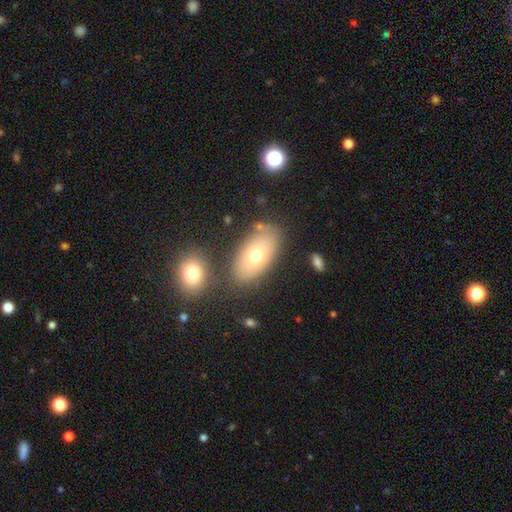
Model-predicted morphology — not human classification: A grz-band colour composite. It shows a smooth galaxy with no disk features (69%) that is in between round and cigar-shaped (92%). Merging: none (74%).